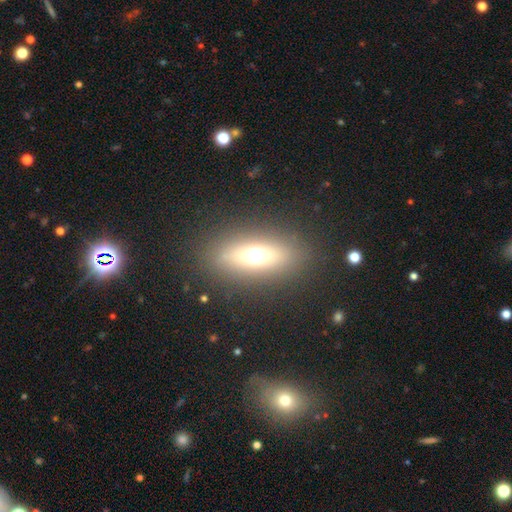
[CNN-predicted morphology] Smooth or featured? smooth (52%)
How rounded? in between (61%)
Merging? none (85%)